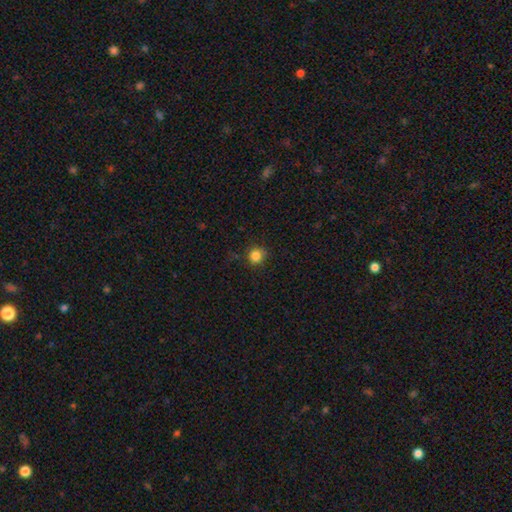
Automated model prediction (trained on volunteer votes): Smooth or featured? Predicted: smooth (p=0.84). How rounded? Predicted: round (p=0.91). Merging? Predicted: none (p=0.83).